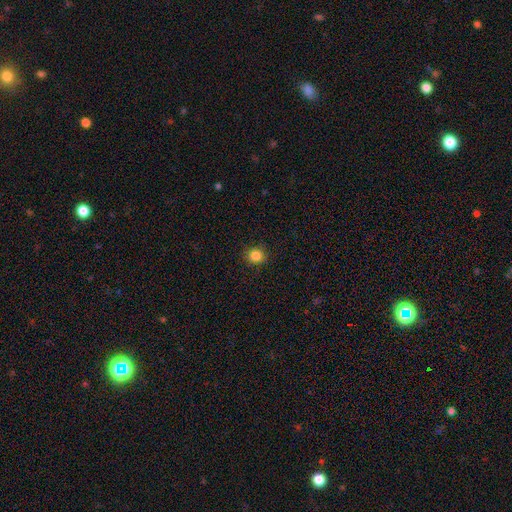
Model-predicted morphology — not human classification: This is clearly a smooth galaxy (85%). How rounded: clearly round (88%). Merging: clearly none (90%).